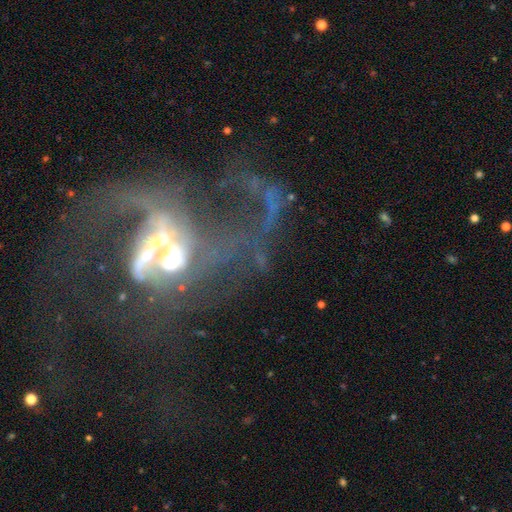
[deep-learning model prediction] A featured or disk galaxy (65%) with no bar (57%), no spiral arms (53%) and a moderate central bulge (45%).

Vote fractions:
- Smooth or featured? featured or disk: 65% / star or artifact: 21% / smooth: 14%
- Edge-on disk? no: 92% / yes: 8%
- Bar? no: 57% / weak: 23% / strong: 20%
- Spiral arms? no: 53% / yes: 47%
- Bulge size? moderate: 45% / small: 24% / large: 13% / none: 13% / dominant: 5%
- Merging? major disturbance: 38% / merger: 37% / none: 17% / minor disturbance: 8%